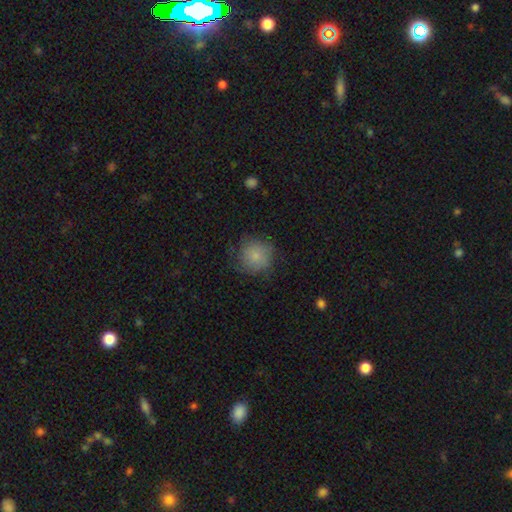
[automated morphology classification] This appears to be a smooth galaxy with no disk features (81%) that is round (91%). Merging: none (72%).